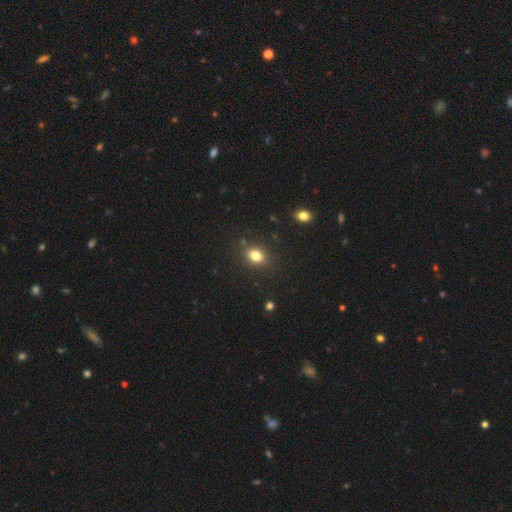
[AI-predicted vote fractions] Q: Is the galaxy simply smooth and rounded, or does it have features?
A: smooth — 81%.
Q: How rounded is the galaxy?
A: in between — 57%.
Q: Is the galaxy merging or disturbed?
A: none — 84%.